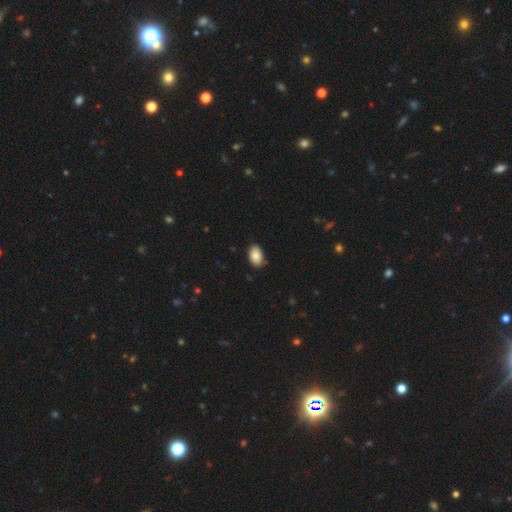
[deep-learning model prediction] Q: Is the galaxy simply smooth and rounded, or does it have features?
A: smooth — 87%.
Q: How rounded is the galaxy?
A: in between — 91%.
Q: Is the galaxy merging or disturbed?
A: none — 82%.